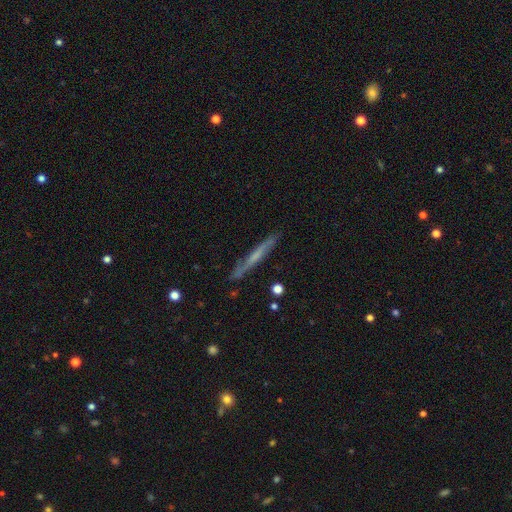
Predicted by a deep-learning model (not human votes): A featured or disk galaxy (59%) viewed edge-on (92%) with no central bulge (64%). Merging: none (85%).